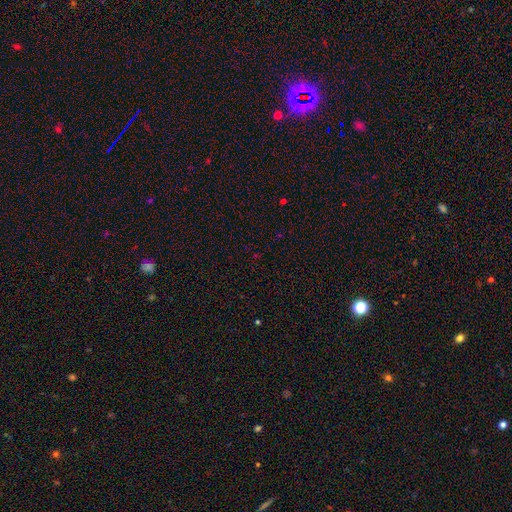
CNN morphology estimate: Smooth or featured?
  - star or artifact: 67% *
  - smooth: 26%
  - featured or disk: 8%